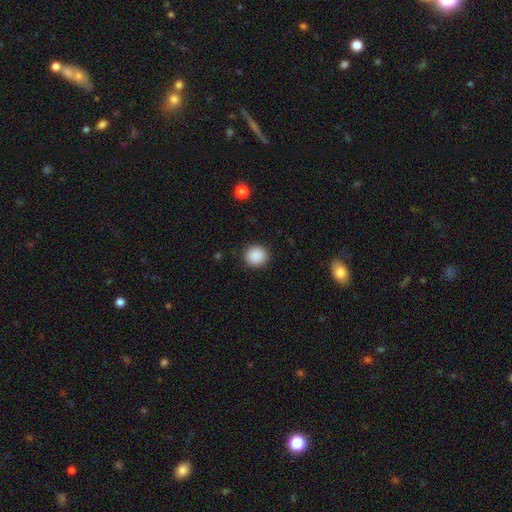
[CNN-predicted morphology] Smooth or featured?
  - smooth: 89% *
  - star or artifact: 8%
  - featured or disk: 3%
How rounded?
  - round: 88% *
  - in between: 11%
  - cigar-shaped: 1%
Merging?
  - none: 90% *
  - minor disturbance: 7%
  - major disturbance: 2%
  - merger: 1%